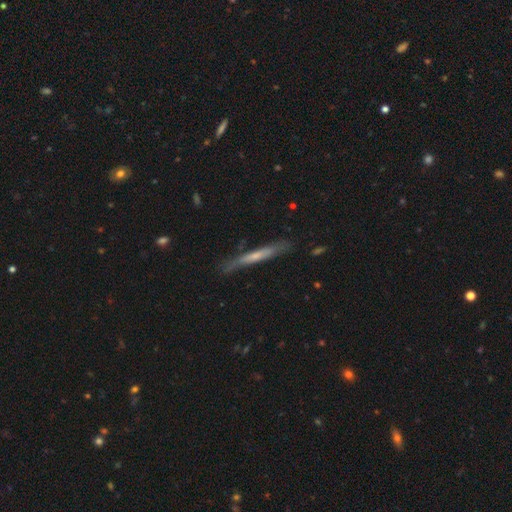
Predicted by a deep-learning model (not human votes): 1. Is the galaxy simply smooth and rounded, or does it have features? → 55% featured or disk, 39% smooth, 6% star or artifact.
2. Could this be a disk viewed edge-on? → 93% yes, 7% no.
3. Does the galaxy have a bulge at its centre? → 65% none, 27% rounded, 8% boxy.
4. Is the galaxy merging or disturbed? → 81% none, 15% minor disturbance, 3% major disturbance, 2% merger.